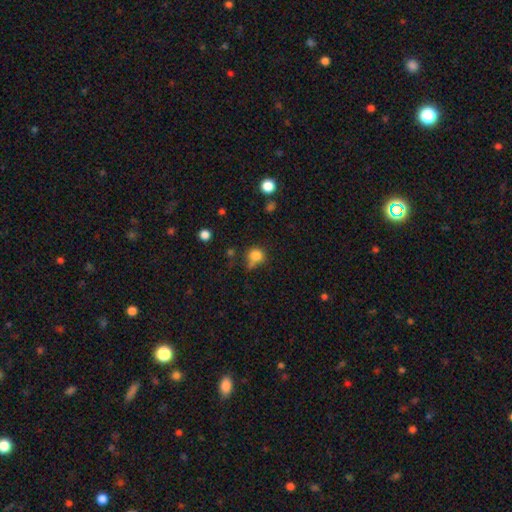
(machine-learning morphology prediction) type=smooth (81%); roundness=round (79%); merging=none (51%).